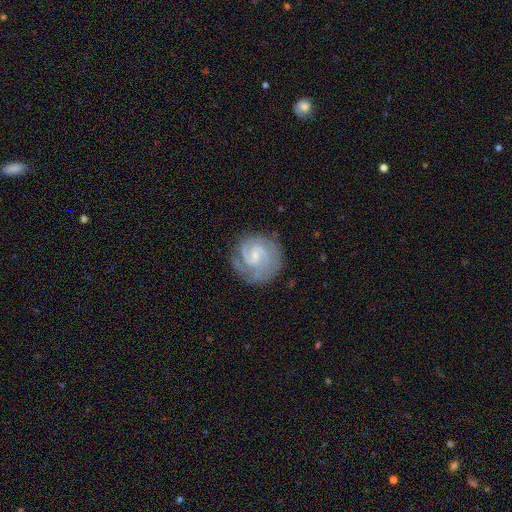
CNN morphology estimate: Q: Smooth or featured?
A: featured or disk (84%); runner-up: smooth (11%)
Q: Edge-on disk?
A: no (98%); runner-up: yes (2%)
Q: Bar?
A: weak (57%); runner-up: no (31%)
Q: Spiral arms?
A: yes (97%); runner-up: no (3%)
Q: Spiral winding?
A: tight (57%); runner-up: medium (36%)
Q: Spiral arm count?
A: 2 (52%); runner-up: 3 (19%)
Q: Bulge size?
A: small (66%); runner-up: moderate (21%)
Q: Merging?
A: none (76%); runner-up: minor disturbance (16%)